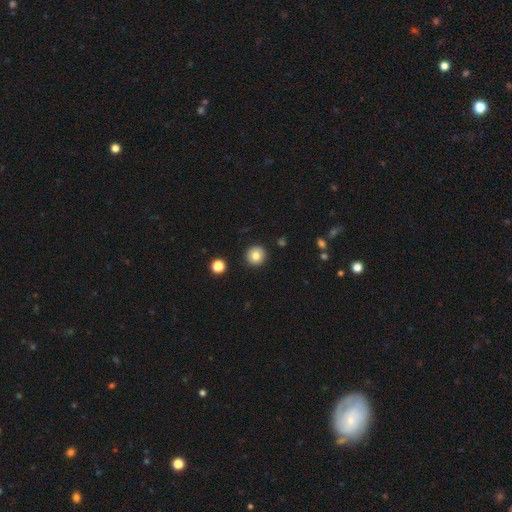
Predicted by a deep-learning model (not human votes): Smooth or featured? smooth (80%)
How rounded? round (95%)
Merging? none (91%)